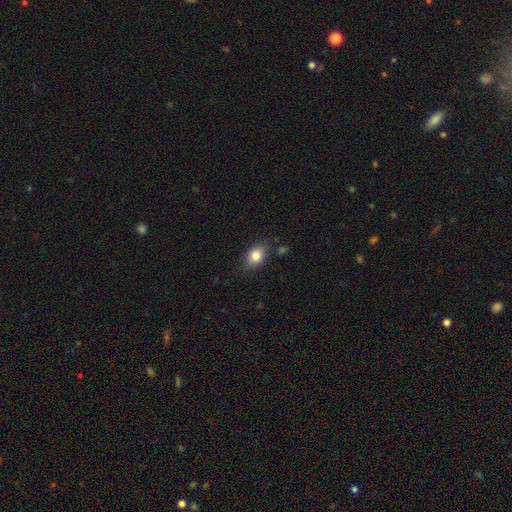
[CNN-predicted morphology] This is clearly a smooth galaxy (83%). How rounded: likely in between (74%). Merging: likely none (79%).